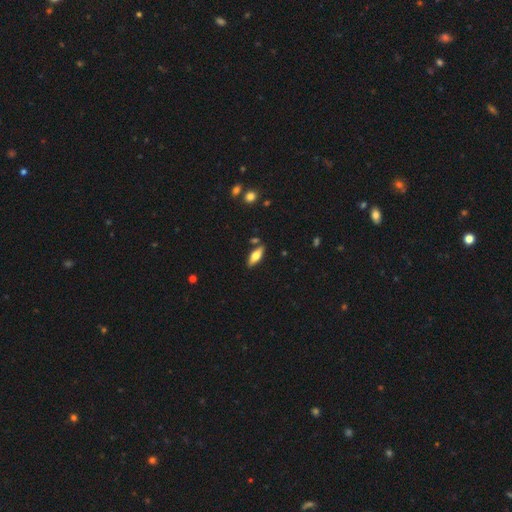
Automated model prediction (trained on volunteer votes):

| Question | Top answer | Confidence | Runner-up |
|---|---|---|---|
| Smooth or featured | smooth | 58% | featured or disk (35%) |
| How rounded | in between | 62% | cigar-shaped (35%) |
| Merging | none | 82% | minor disturbance (11%) |